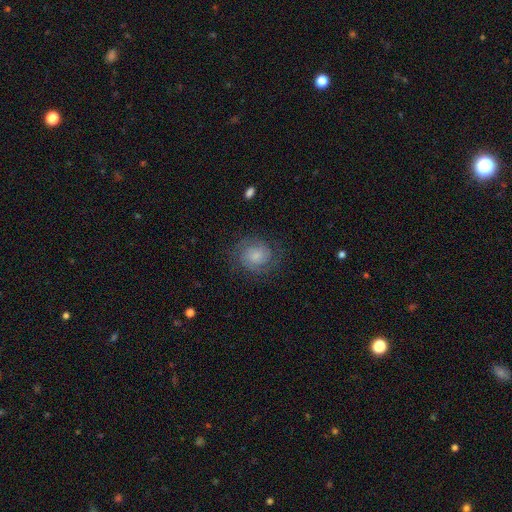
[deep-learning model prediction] Smooth or featured: featured or disk — 62% (smooth — 29%)
Edge-on disk: no — 98% (yes — 2%)
Bar: no — 72% (weak — 24%)
Spiral arms: yes — 92% (no — 8%)
Spiral winding: tight — 58% (medium — 33%)
Spiral arm count: 2 — 68% (can't tell — 15%)
Bulge size: small — 47% (moderate — 26%)
Merging: none — 77% (minor disturbance — 14%)